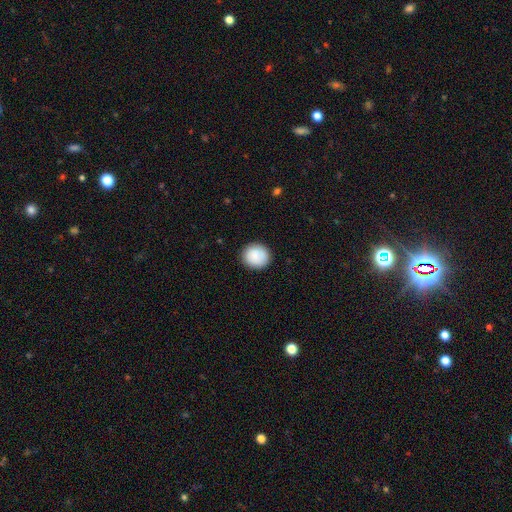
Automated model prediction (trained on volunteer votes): A smooth galaxy with no disk features (88%) that is round (89%).

Vote fractions:
- Smooth or featured? smooth: 88% / star or artifact: 7% / featured or disk: 5%
- How rounded? round: 89% / in between: 10% / cigar-shaped: 1%
- Merging? none: 90% / minor disturbance: 7% / major disturbance: 2% / merger: 1%